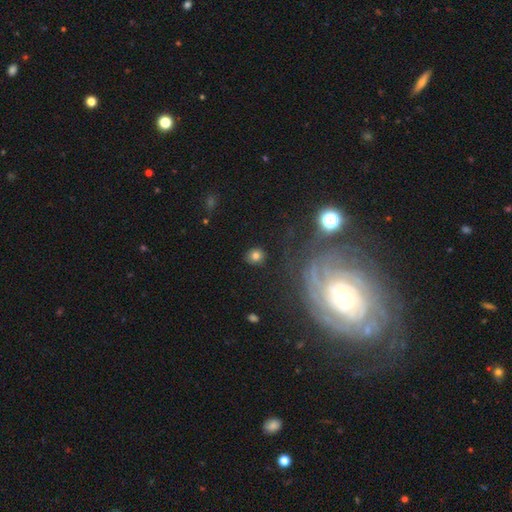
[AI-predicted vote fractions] Smooth or featured? smooth (78%)
How rounded? round (85%)
Merging? none (87%)